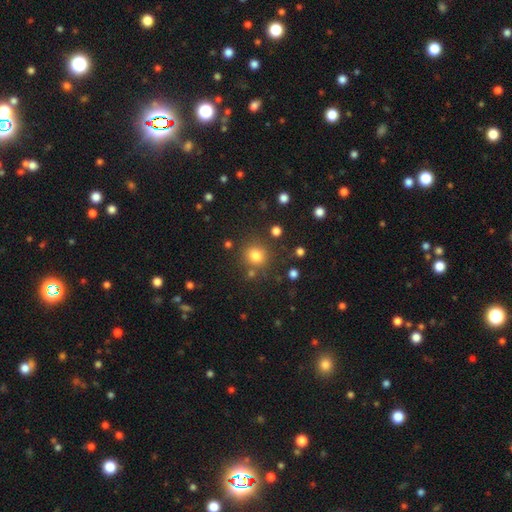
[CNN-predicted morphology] Overall: smooth (78%). How rounded: round (88%). Merging: none (80%).